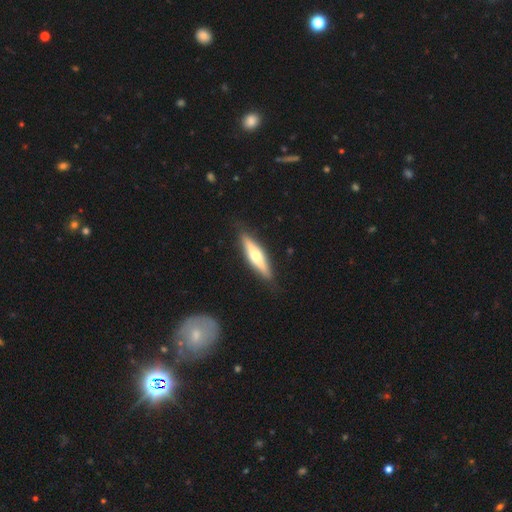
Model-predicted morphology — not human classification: smooth-or-featured: featured or disk: 56% | smooth: 39% | star or artifact: 5%
  disk-edge-on: yes: 91% | no: 9%
    edge-on-bulge: rounded: 91% | none: 5% | boxy: 4%
  merging: none: 87% | minor disturbance: 10% | major disturbance: 2% | merger: 1%